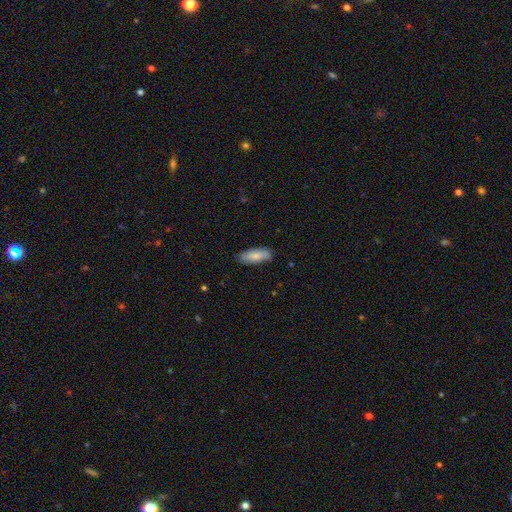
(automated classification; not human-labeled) Smooth or featured? Predicted: smooth (p=0.80). How rounded? Predicted: in between (p=0.69). Merging? Predicted: none (p=0.85).